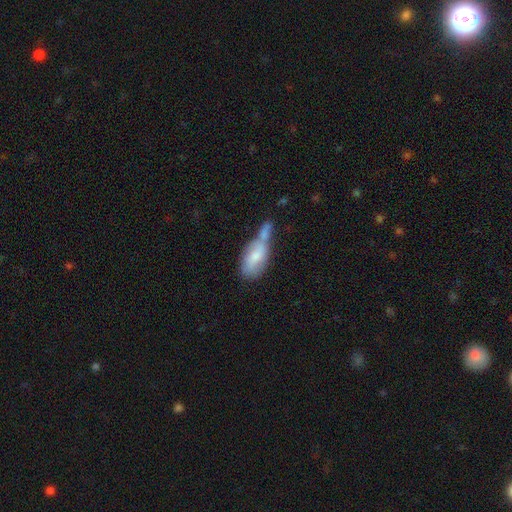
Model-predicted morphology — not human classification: This appears to be a smooth galaxy with no disk features (67%) that is in between round and cigar-shaped (87%). Merging: merger (53%).